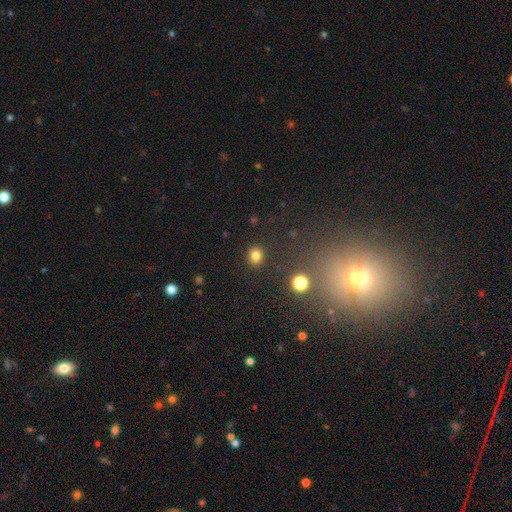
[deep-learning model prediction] Overall: smooth (81%). How rounded: round (77%). Merging: none (89%).